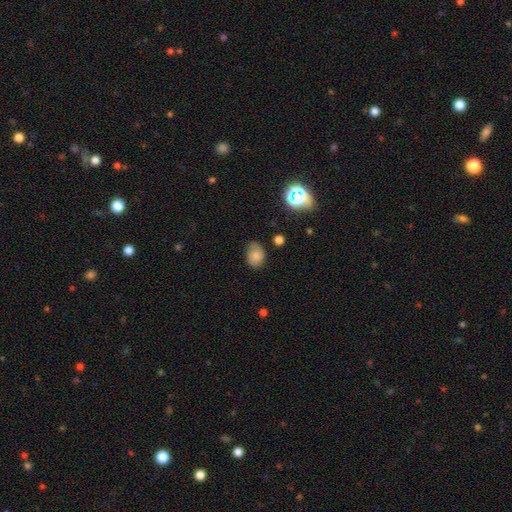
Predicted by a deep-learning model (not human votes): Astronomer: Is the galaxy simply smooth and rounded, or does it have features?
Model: smooth — 76%.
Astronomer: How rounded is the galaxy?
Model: in between — 68%.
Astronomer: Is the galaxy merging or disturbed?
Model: none — 61%.